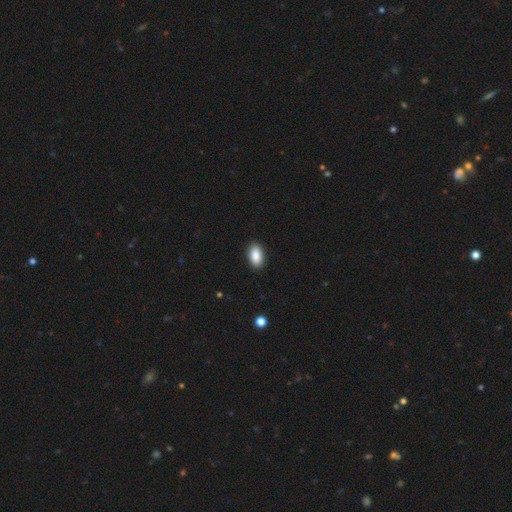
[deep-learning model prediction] A smooth galaxy with no disk features (88%) that is in between round and cigar-shaped (93%). Merging: none (90%).